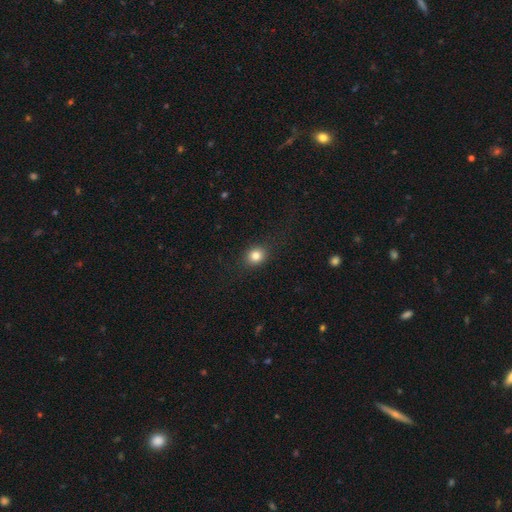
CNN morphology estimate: Q: Smooth or featured?
A: smooth (82%); runner-up: star or artifact (11%)
Q: How rounded?
A: round (66%); runner-up: in between (33%)
Q: Merging?
A: none (87%); runner-up: minor disturbance (9%)